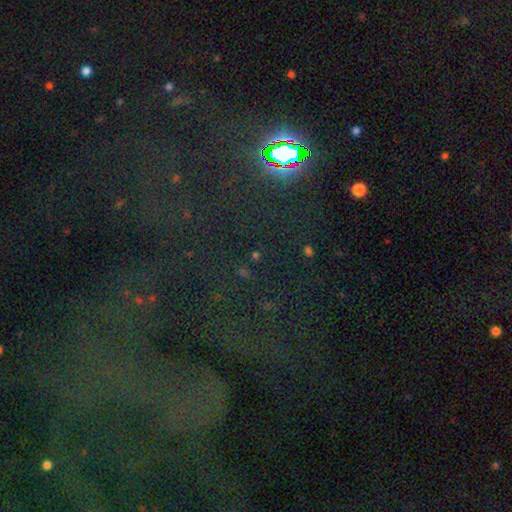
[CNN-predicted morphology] A star or artifact, not a galaxy (72%).

Vote fractions:
- Smooth or featured? star or artifact: 72% / smooth: 20% / featured or disk: 9%